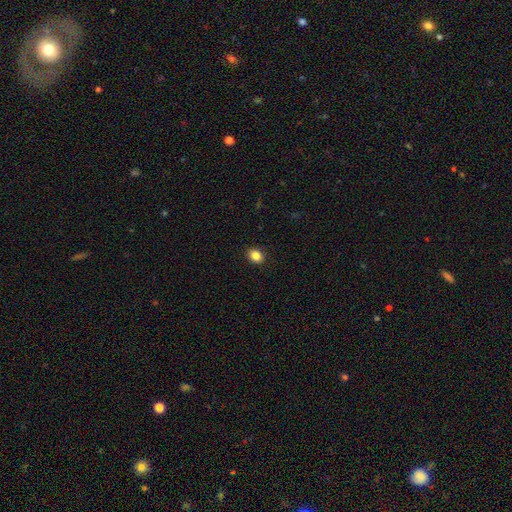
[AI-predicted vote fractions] Smooth or featured: smooth — 86% (star or artifact — 10%)
How rounded: in between — 51% (round — 48%)
Merging: none — 90% (minor disturbance — 7%)